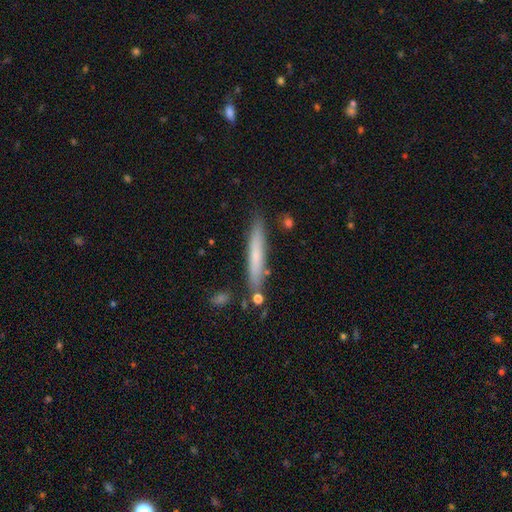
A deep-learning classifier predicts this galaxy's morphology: This appears to be a smooth galaxy with no disk features (61%) that is cigar-shaped (95%). Merging: none (82%).